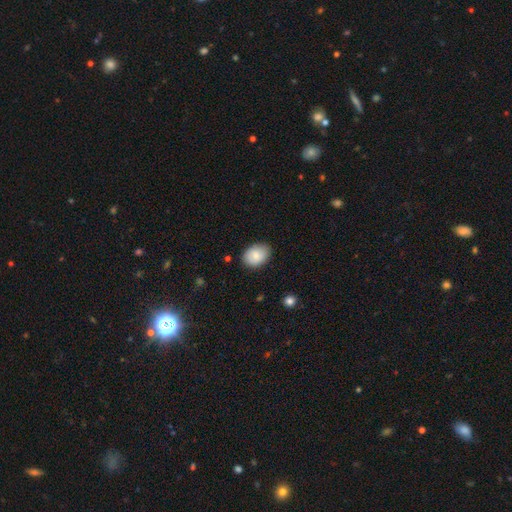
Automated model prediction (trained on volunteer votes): Morphology: type=smooth (82%); roundness=in between (77%); merging=none (82%).